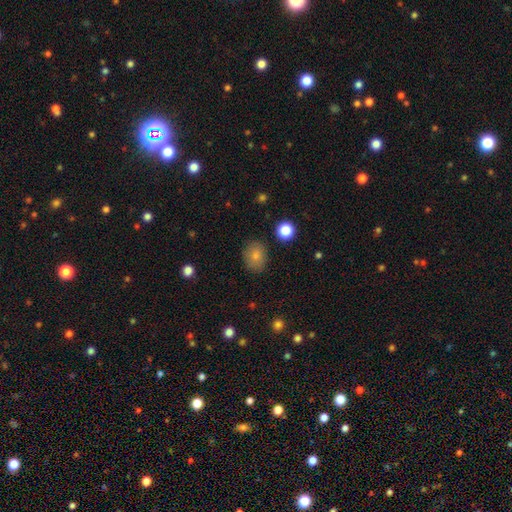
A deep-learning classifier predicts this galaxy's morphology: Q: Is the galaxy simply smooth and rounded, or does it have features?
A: smooth — 80%.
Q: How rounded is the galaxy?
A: round — 52%.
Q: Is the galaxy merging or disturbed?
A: none — 84%.